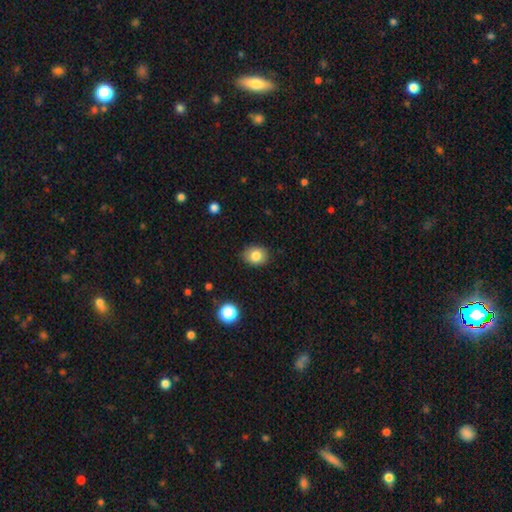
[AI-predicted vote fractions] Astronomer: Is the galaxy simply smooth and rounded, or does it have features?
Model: smooth — 83%.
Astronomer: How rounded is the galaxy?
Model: round — 53% (runner-up: in between, 46%).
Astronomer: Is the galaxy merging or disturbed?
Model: none — 87%.